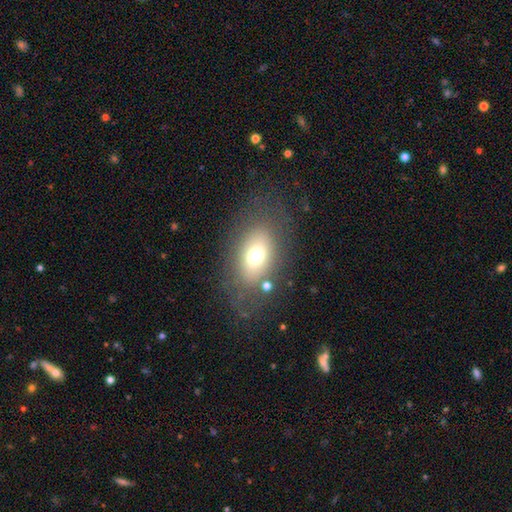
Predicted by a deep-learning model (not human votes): A smooth galaxy with no disk features (65%) that is in between round and cigar-shaped (84%).

Vote fractions:
- Smooth or featured? smooth: 65% / featured or disk: 23% / star or artifact: 12%
- How rounded? in between: 84% / round: 13% / cigar-shaped: 3%
- Merging? none: 72% / minor disturbance: 15% / major disturbance: 10% / merger: 3%